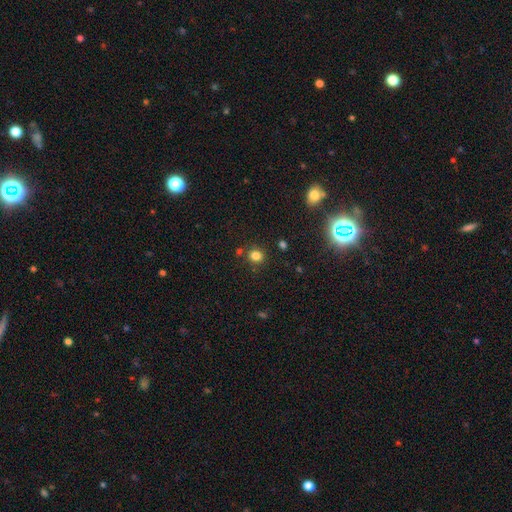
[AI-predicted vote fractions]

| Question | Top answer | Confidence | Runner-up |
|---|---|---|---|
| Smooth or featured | smooth | 81% | star or artifact (14%) |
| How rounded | round | 80% | in between (19%) |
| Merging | none | 81% | minor disturbance (9%) |